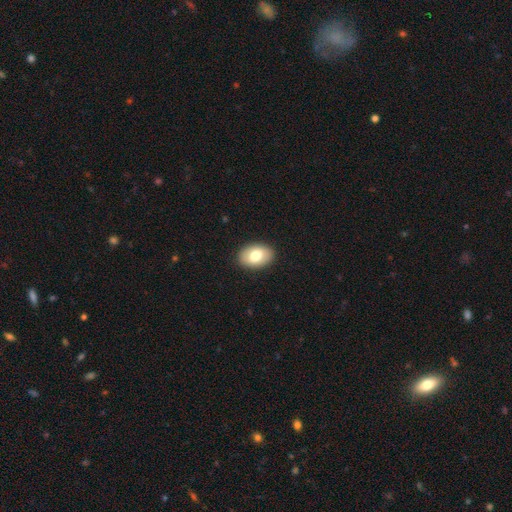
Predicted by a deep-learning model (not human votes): A smooth galaxy with no disk features (77%) that is in between round and cigar-shaped (87%). Merging: none (90%).